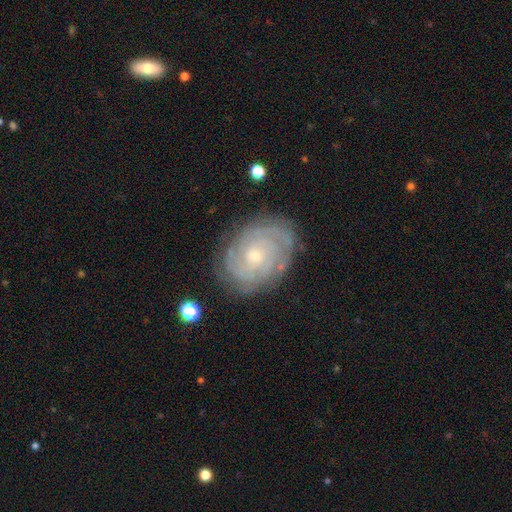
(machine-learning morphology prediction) Smooth or featured?
  - featured or disk: 85% *
  - smooth: 9%
  - star or artifact: 6%
Edge-on disk?
  - no: 97% *
  - yes: 3%
Bar?
  - no: 75% *
  - weak: 21%
  - strong: 4%
Spiral arms?
  - yes: 96% *
  - no: 4%
Spiral winding?
  - tight: 79% *
  - medium: 18%
  - loose: 3%
Spiral arm count?
  - can't tell: 31% *
  - 2: 25%
  - 3: 20%
  - 4: 12%
  - more than 4: 6%
  - 1: 6%
Bulge size?
  - small: 65% *
  - moderate: 31%
  - none: 2%
  - large: 1%
  - dominant: 1%
Merging?
  - none: 80% *
  - minor disturbance: 14%
  - major disturbance: 4%
  - merger: 1%